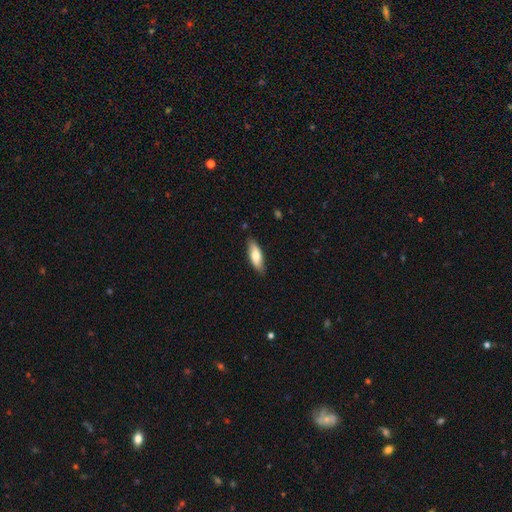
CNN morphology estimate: Smooth or featured: smooth — 73% (featured or disk — 22%)
How rounded: in between — 62% (cigar-shaped — 36%)
Merging: none — 84% (minor disturbance — 12%)